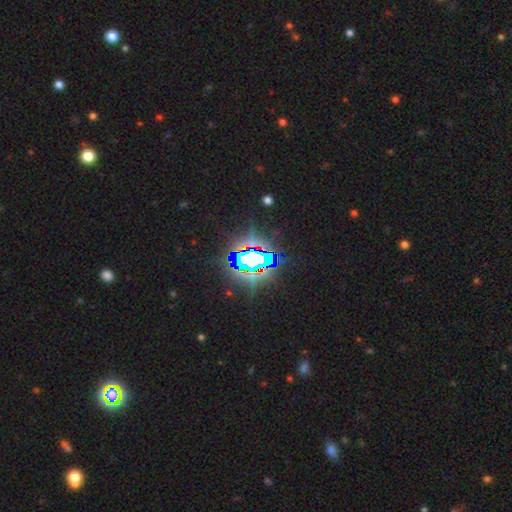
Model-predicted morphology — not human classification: Smooth or featured? Predicted: star or artifact (p=0.72).